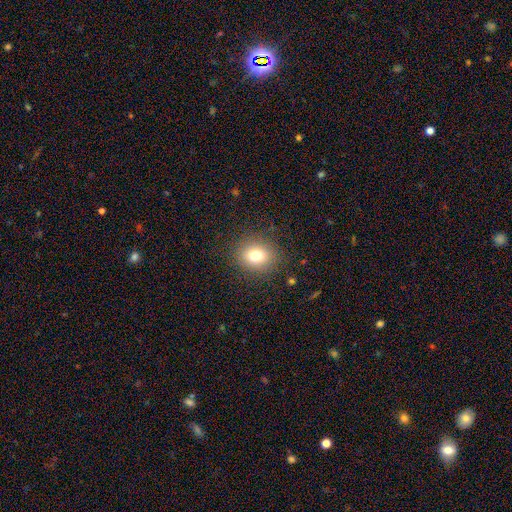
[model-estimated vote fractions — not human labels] smooth-or-featured: smooth: 77% | star or artifact: 13% | featured or disk: 10%
  how-rounded: round: 70% | in between: 29% | cigar-shaped: 1%
  merging: none: 88% | minor disturbance: 8% | major disturbance: 3% | merger: 1%